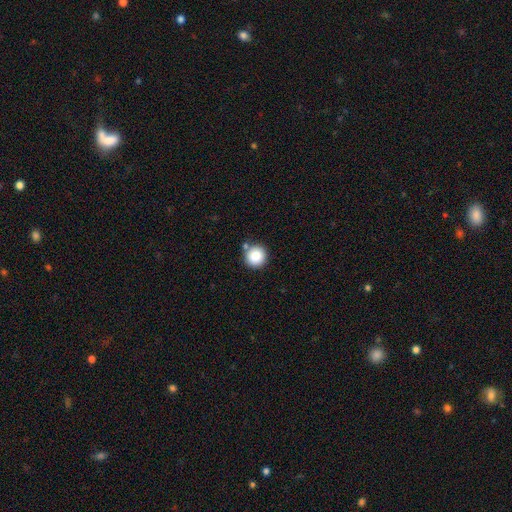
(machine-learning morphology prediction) smooth-or-featured: smooth: 86% | star or artifact: 9% | featured or disk: 5%
  how-rounded: round: 94% | in between: 5% | cigar-shaped: 1%
  merging: none: 78% | minor disturbance: 10% | merger: 9% | major disturbance: 3%